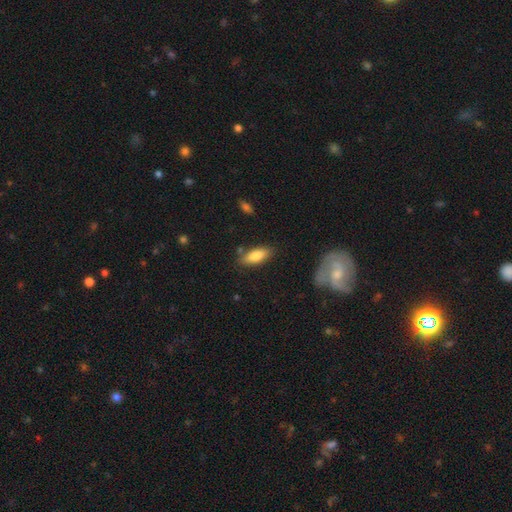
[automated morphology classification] smooth-or-featured: smooth: 82% | featured or disk: 11% | star or artifact: 6%
  how-rounded: in between: 74% | cigar-shaped: 24% | round: 2%
  merging: none: 79% | minor disturbance: 14% | merger: 4% | major disturbance: 3%